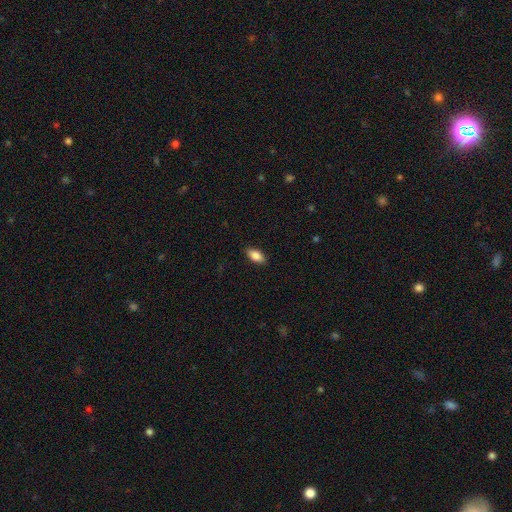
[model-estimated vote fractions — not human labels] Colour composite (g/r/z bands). It shows a smooth galaxy with no disk features (86%) that is in between round and cigar-shaped (91%). Merging: none (88%).